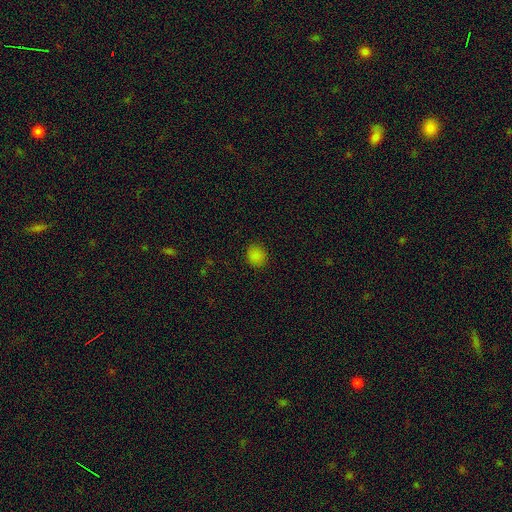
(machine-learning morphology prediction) This appears to be a smooth galaxy with no disk features (83%) that is round (83%). Merging: none (89%).